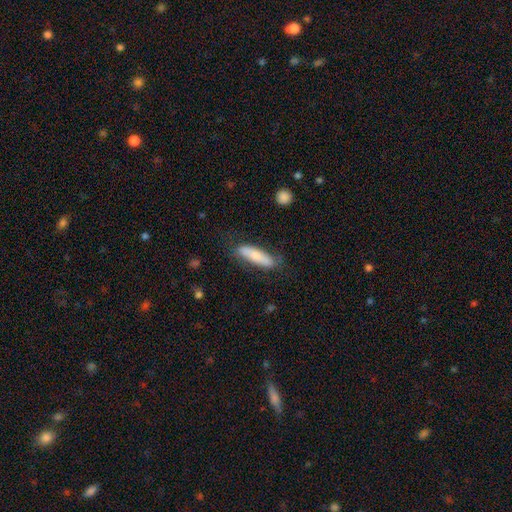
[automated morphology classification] Overall: smooth (73%). How rounded: cigar-shaped (64%; in between 35%). Merging: none (74%).